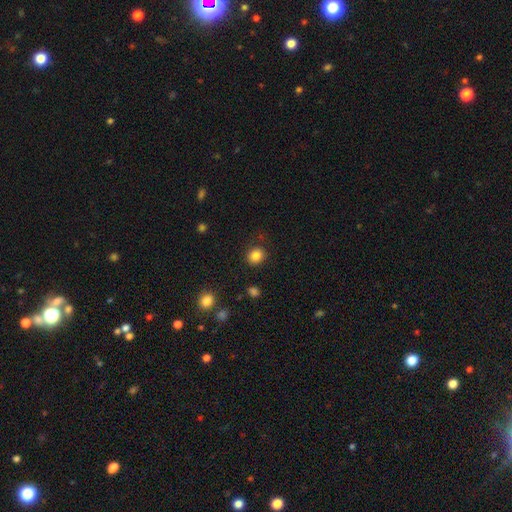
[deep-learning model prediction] Morphology: type=smooth (85%); roundness=round (77%); merging=none (86%).